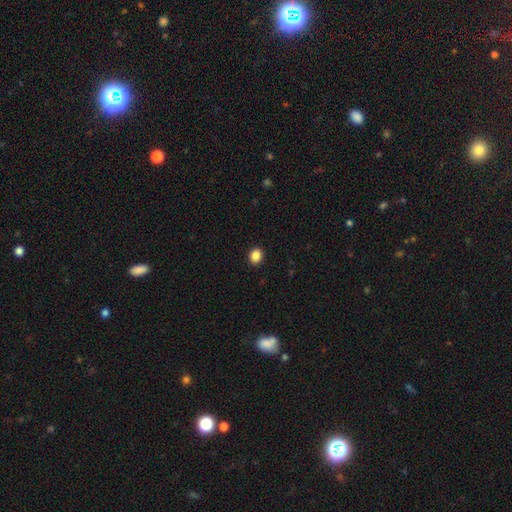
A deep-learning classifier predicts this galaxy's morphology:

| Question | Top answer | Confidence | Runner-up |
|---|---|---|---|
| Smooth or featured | smooth | 87% | star or artifact (10%) |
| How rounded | round | 62% | in between (37%) |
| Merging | none | 92% | minor disturbance (5%) |